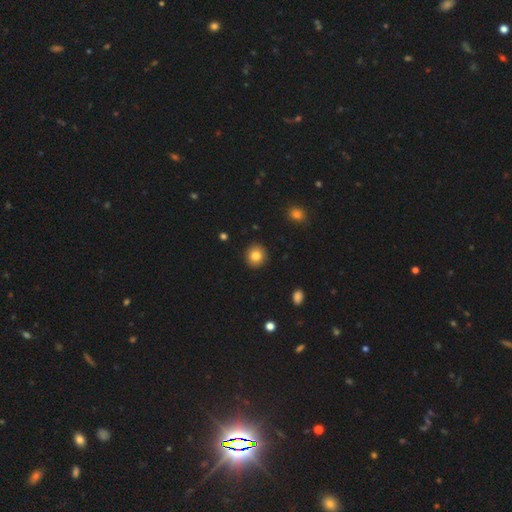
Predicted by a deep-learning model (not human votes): smooth-or-featured: smooth: 82% | star or artifact: 10% | featured or disk: 8%
  how-rounded: round: 86% | in between: 13% | cigar-shaped: 1%
  merging: none: 91% | minor disturbance: 6% | major disturbance: 2% | merger: 1%